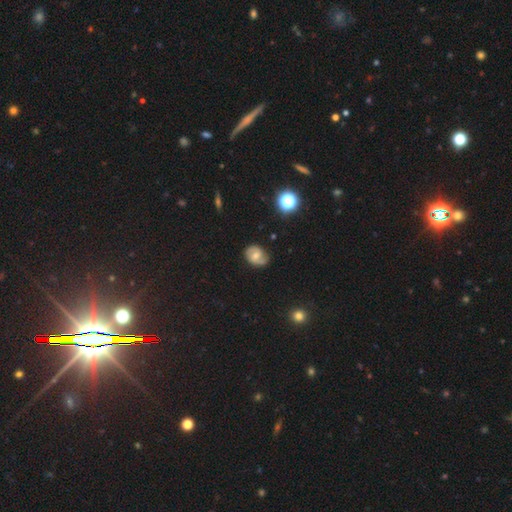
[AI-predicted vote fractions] smooth_or_featured: featured or disk (p=0.60) [alt: smooth p=0.30]
disk_edge_on: no (p=0.97) [alt: yes p=0.03]
bar: no (p=0.45) [alt: weak p=0.44]
has_spiral_arms: yes (p=0.87) [alt: no p=0.13]
spiral_winding: medium (p=0.46) [alt: tight p=0.33]
spiral_arm_count: 2 (p=0.79) [alt: can't tell p=0.10]
bulge_size: moderate (p=0.56) [alt: small p=0.33]
merging: none (p=0.73) [alt: minor disturbance p=0.20]